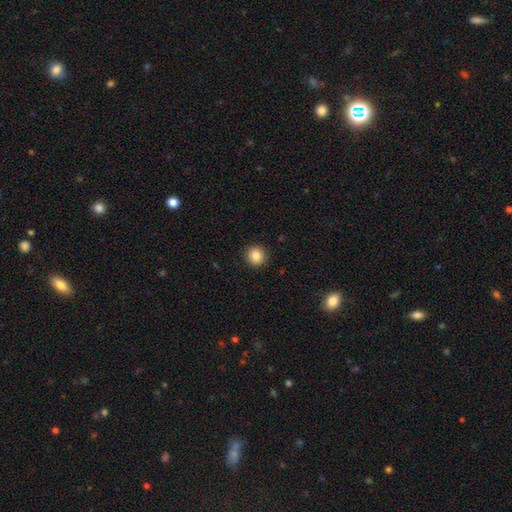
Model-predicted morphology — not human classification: Smooth or featured? smooth (85%)
How rounded? round (92%)
Merging? none (92%)